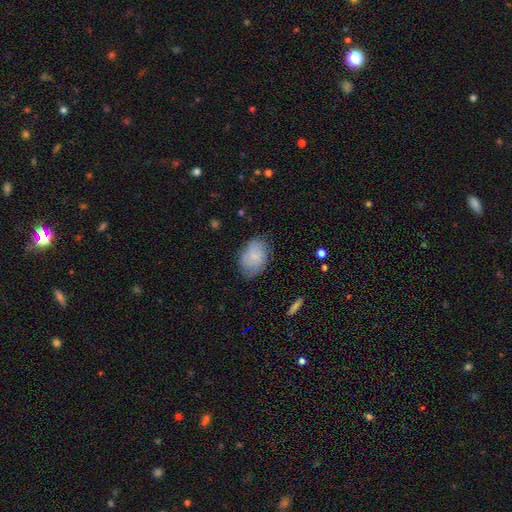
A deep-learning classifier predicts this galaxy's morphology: Smooth or featured?
  - smooth: 75% *
  - featured or disk: 17%
  - star or artifact: 7%
How rounded?
  - in between: 80% *
  - round: 19%
  - cigar-shaped: 1%
Merging?
  - none: 76% *
  - minor disturbance: 18%
  - major disturbance: 4%
  - merger: 1%